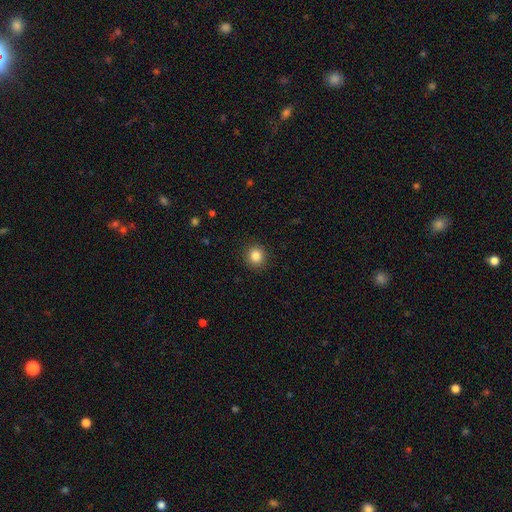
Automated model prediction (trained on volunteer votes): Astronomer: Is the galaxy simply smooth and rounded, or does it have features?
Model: smooth — 85%.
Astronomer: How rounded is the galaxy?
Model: round — 91%.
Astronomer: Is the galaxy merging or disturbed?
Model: none — 91%.